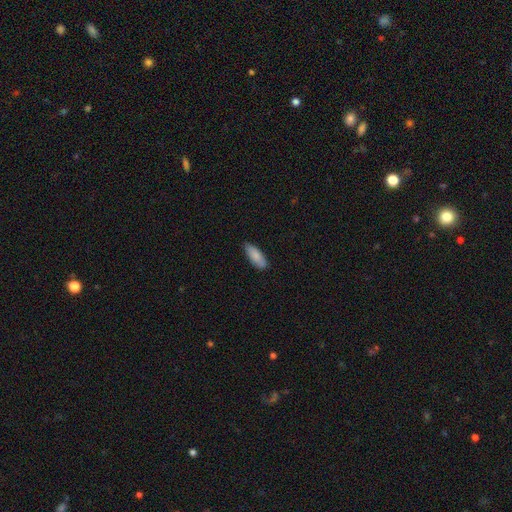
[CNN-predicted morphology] This appears to be a smooth galaxy with no disk features (86%) that is in between round and cigar-shaped (72%). Merging: none (80%).